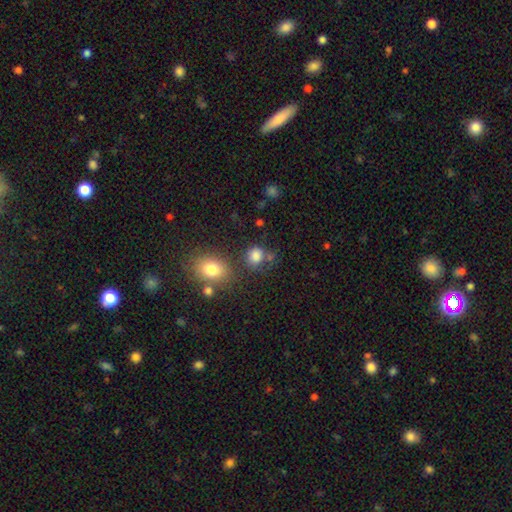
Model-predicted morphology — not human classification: smooth-or-featured: smooth: 82% | star or artifact: 13% | featured or disk: 5%
  how-rounded: round: 63% | in between: 36% | cigar-shaped: 1%
  merging: none: 64% | minor disturbance: 16% | merger: 13% | major disturbance: 7%